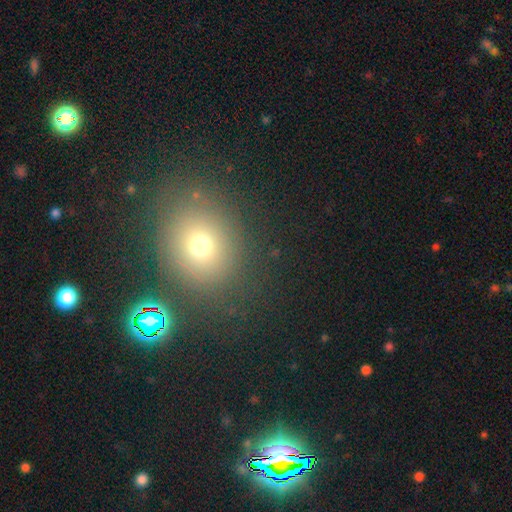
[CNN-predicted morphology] Overall: smooth (58%; star or artifact 31%). How rounded: round (61%; in between 38%). Merging: none (85%).